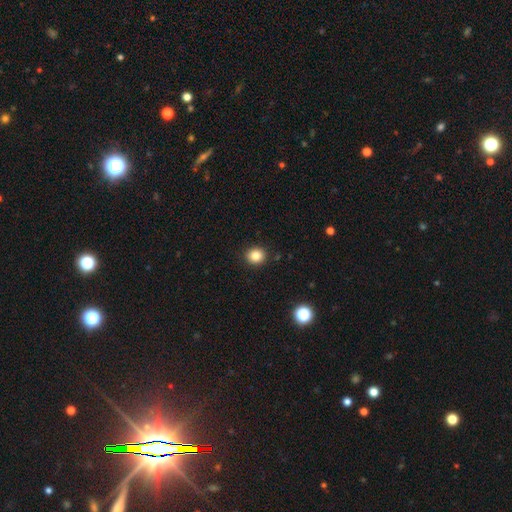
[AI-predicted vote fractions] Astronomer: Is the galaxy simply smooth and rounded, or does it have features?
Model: smooth — 85%.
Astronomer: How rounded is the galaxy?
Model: round — 81%.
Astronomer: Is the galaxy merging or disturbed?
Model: none — 91%.